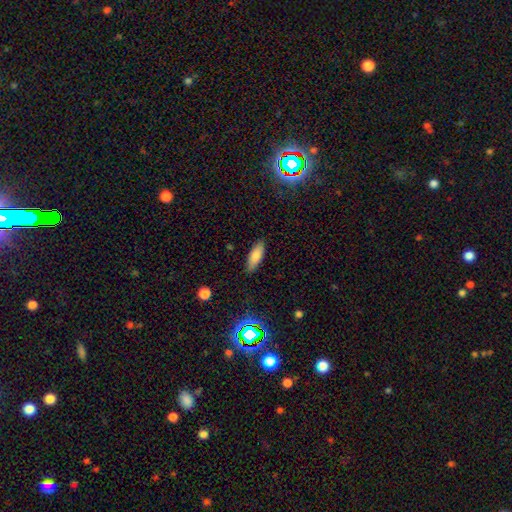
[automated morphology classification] Q: Smooth or featured?
A: smooth (82%); runner-up: featured or disk (10%)
Q: How rounded?
A: in between (66%); runner-up: cigar-shaped (32%)
Q: Merging?
A: none (87%); runner-up: minor disturbance (10%)